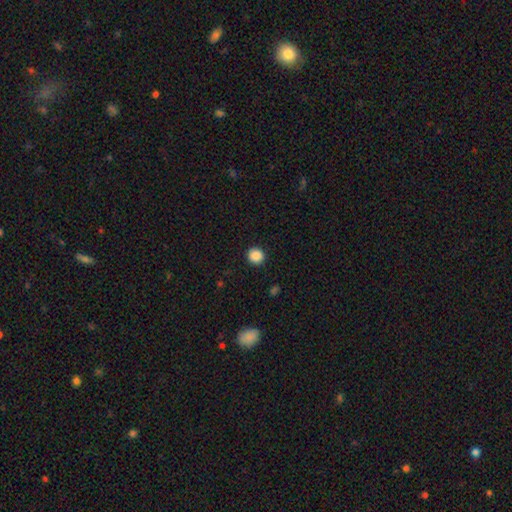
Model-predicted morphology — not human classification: A smooth galaxy with no disk features (88%) that is round (93%).

Vote fractions:
- Smooth or featured? smooth: 88% / star or artifact: 10% / featured or disk: 3%
- How rounded? round: 93% / in between: 6% / cigar-shaped: 1%
- Merging? none: 92% / minor disturbance: 5% / major disturbance: 2% / merger: 1%